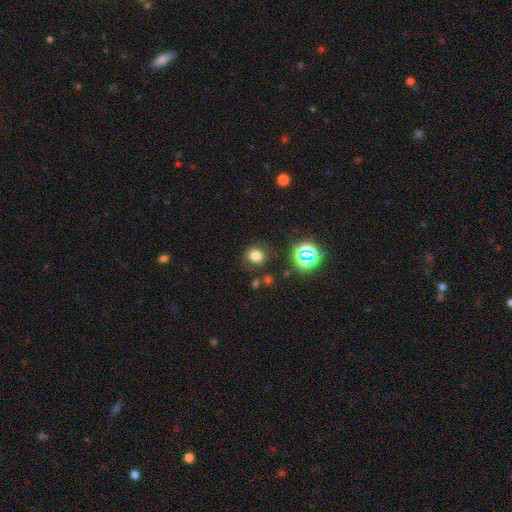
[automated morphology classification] This is likely a smooth galaxy (74%). How rounded: clearly round (82%). Merging: clearly none (83%).